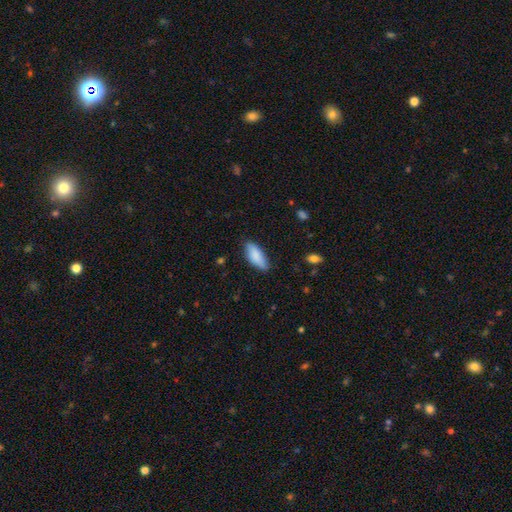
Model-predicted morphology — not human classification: This appears to be a smooth galaxy with no disk features (85%) that is in between round and cigar-shaped (79%). Merging: none (79%).